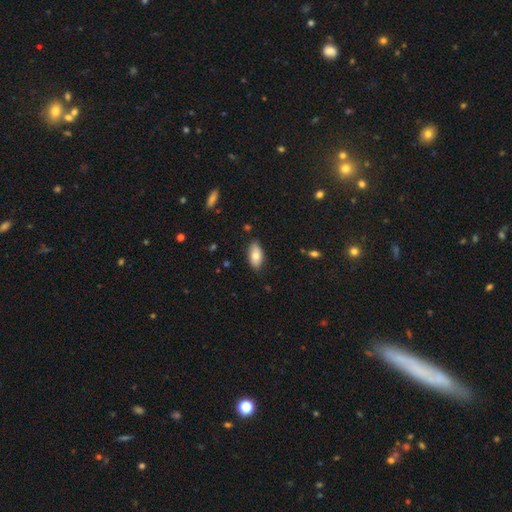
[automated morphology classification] The model was most divided on "smooth or featured": smooth: 76%, featured or disk: 17%, star or artifact: 7%. More confident: how rounded — in between (91%); merging — none (83%).